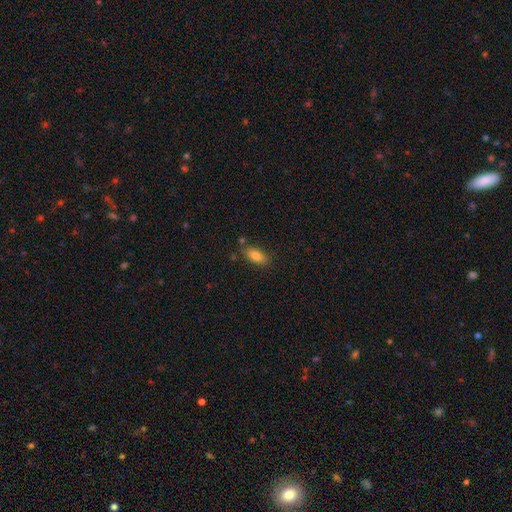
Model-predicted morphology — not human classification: smooth 82%, featured or disk 10%, star or artifact 9%. Down the decision tree: how rounded — in between (81%); merging — none (76%).